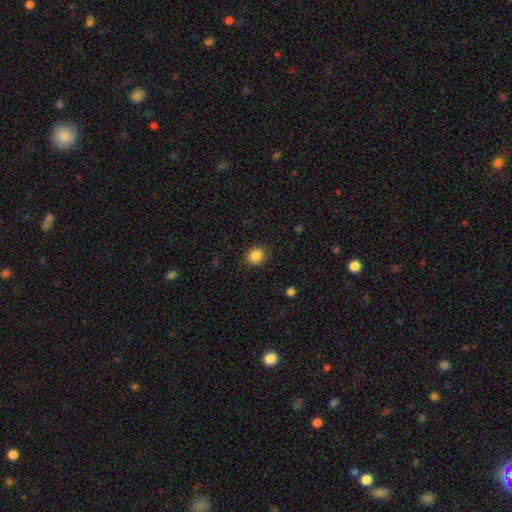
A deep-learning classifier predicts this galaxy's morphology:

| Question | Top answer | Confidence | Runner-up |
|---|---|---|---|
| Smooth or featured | smooth | 87% | star or artifact (10%) |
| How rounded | round | 71% | in between (28%) |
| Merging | none | 86% | minor disturbance (10%) |